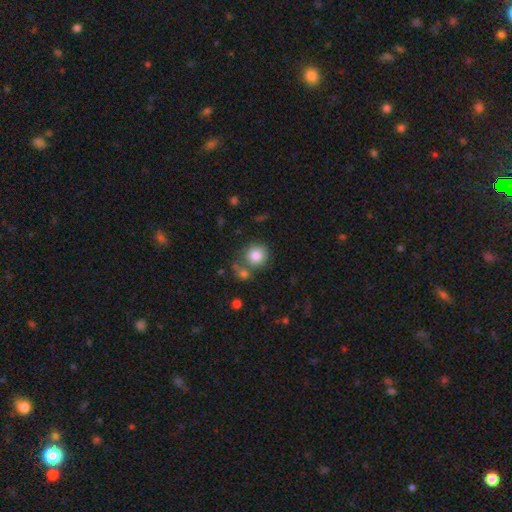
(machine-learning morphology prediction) Smooth or featured?
  - smooth: 82% *
  - star or artifact: 9%
  - featured or disk: 8%
How rounded?
  - round: 88% *
  - in between: 11%
  - cigar-shaped: 1%
Merging?
  - none: 62% *
  - merger: 21%
  - minor disturbance: 12%
  - major disturbance: 5%